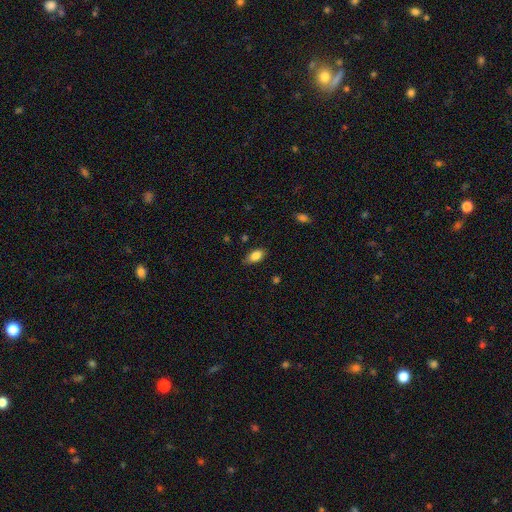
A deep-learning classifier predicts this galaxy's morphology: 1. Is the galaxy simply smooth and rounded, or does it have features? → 86% smooth, 8% star or artifact, 7% featured or disk.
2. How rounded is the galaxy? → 90% in between, 5% cigar-shaped, 5% round.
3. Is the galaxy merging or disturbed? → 80% none, 16% minor disturbance, 3% major disturbance, 1% merger.